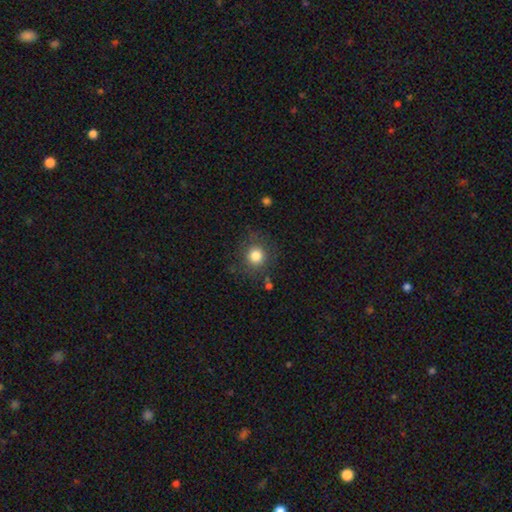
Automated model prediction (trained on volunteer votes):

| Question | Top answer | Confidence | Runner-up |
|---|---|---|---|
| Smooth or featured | smooth | 81% | star or artifact (11%) |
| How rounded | round | 89% | in between (10%) |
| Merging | none | 82% | minor disturbance (11%) |